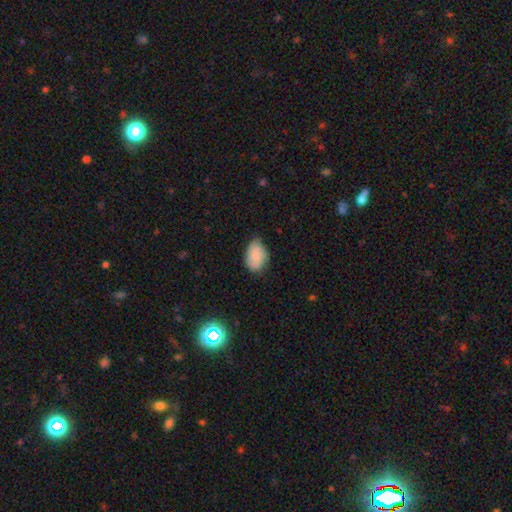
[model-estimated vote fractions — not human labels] smooth 75%, featured or disk 18%, star or artifact 7%. Down the decision tree: how rounded — in between (84%); merging — none (60%).